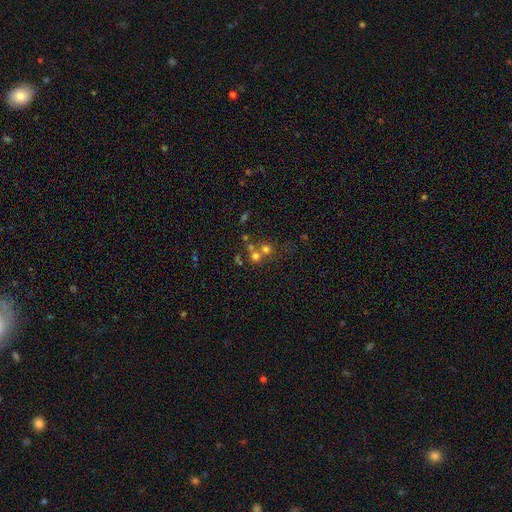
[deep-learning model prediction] Smooth or featured: smooth — 60% (star or artifact — 22%)
How rounded: round — 86% (in between — 13%)
Merging: merger — 45% (none — 44%)